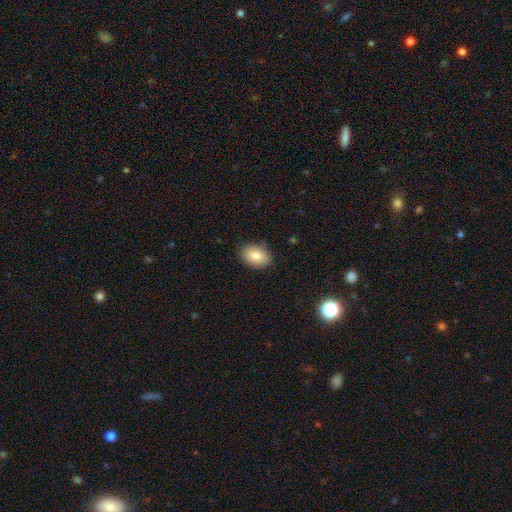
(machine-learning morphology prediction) A smooth galaxy with no disk features (83%) that is in between round and cigar-shaped (83%). Merging: none (85%).